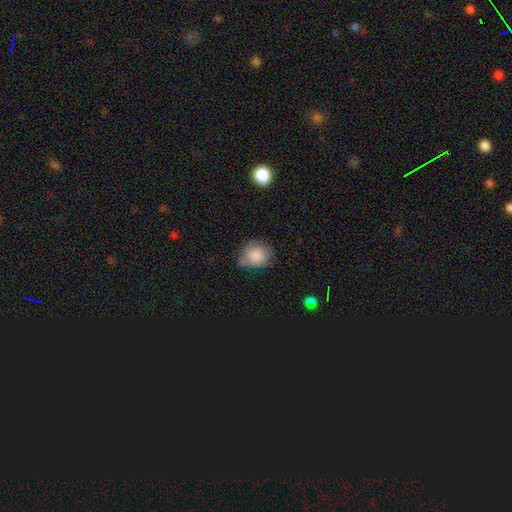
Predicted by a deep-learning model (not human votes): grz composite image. It shows a smooth galaxy with no disk features (82%) that is round (70%). Merging: none (49%).